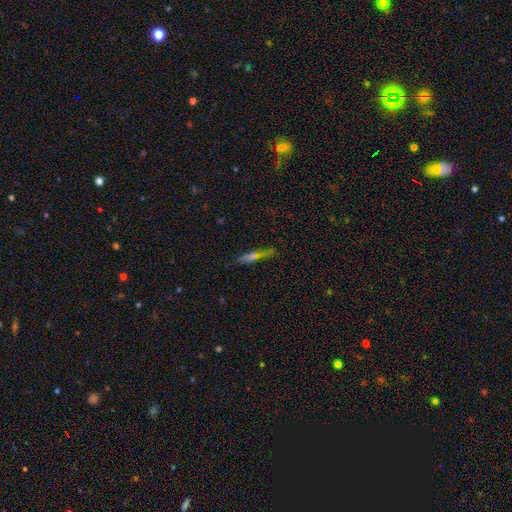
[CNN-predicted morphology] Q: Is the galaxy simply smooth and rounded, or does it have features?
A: featured or disk — 62%.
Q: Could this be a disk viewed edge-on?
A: yes — 94%.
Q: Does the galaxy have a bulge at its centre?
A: rounded — 83%.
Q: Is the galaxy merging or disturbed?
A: none — 86%.